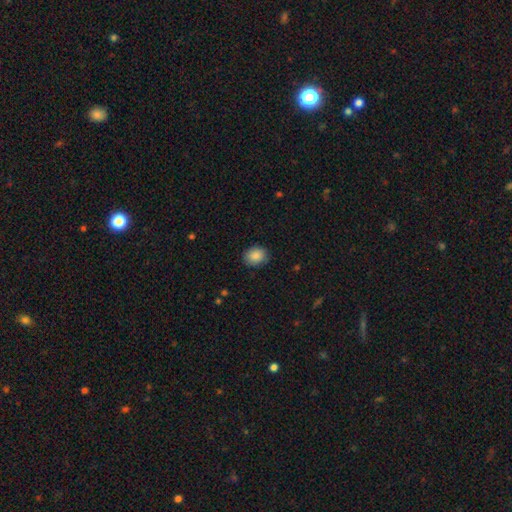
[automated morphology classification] smooth-or-featured: smooth: 87% | star or artifact: 8% | featured or disk: 5%
  how-rounded: round: 50% | in between: 49% | cigar-shaped: 1%
  merging: none: 84% | minor disturbance: 12% | major disturbance: 3% | merger: 1%